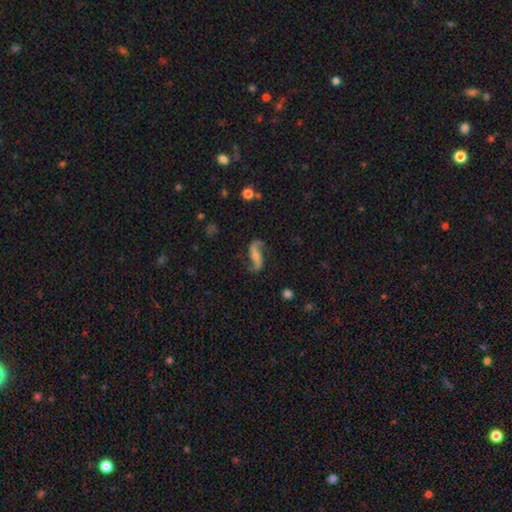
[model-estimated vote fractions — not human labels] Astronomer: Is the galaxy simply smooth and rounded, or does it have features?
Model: featured or disk — 87%.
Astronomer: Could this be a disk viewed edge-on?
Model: no — 95%.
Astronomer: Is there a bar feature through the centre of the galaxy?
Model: no — 44% (runner-up: weak, 31%).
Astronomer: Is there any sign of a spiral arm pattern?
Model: yes — 96%.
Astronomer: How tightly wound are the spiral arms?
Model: loose — 82%.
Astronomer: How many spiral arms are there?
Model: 2 — 94%.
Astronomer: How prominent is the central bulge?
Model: small — 47% (runner-up: moderate, 36%).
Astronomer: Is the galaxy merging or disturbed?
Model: none — 79%.